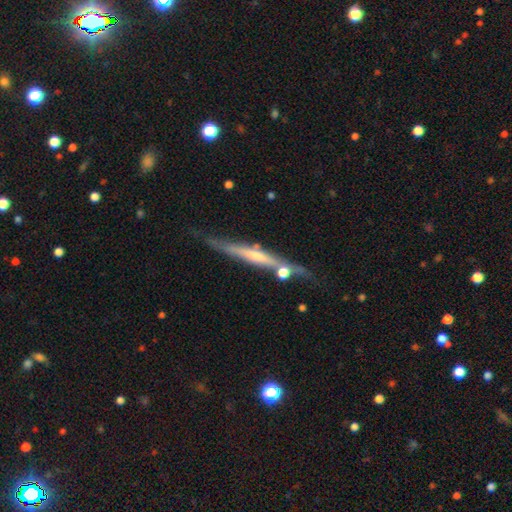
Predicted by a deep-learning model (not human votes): Smooth or featured?
  - featured or disk: 66% *
  - smooth: 27%
  - star or artifact: 7%
Edge-on disk?
  - yes: 93% *
  - no: 7%
Edge-on bulge?
  - none: 44% *
  - rounded: 43%
  - boxy: 12%
Merging?
  - none: 65% *
  - minor disturbance: 18%
  - merger: 12%
  - major disturbance: 6%